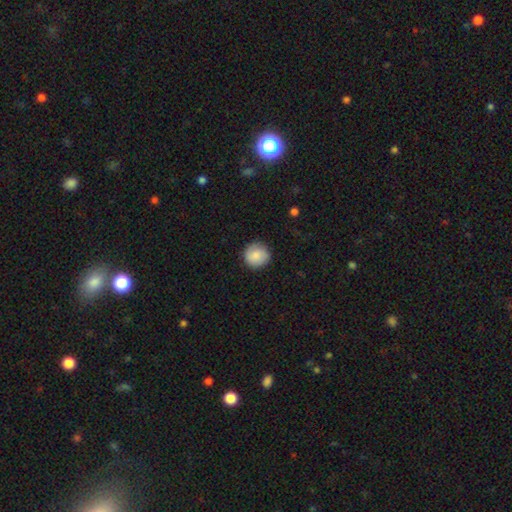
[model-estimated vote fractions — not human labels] A smooth galaxy with no disk features (85%) that is round (94%). Merging: none (88%).